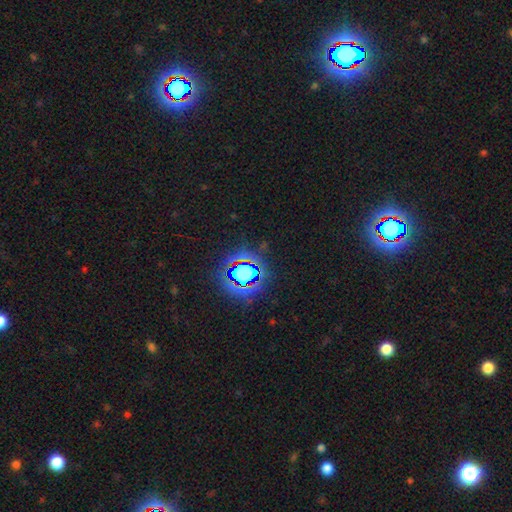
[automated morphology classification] Smooth or featured? Predicted: star or artifact (p=0.83).